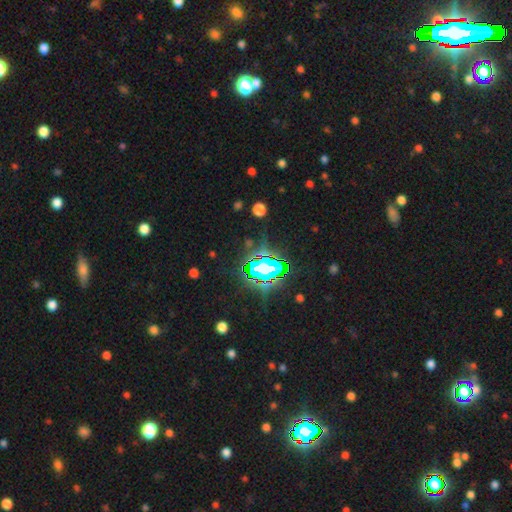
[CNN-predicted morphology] Smooth or featured? Predicted: star or artifact (p=0.82).